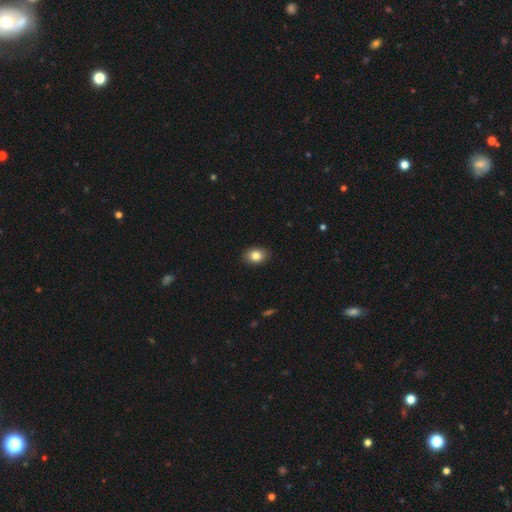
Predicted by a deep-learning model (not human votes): A smooth galaxy with no disk features (82%) that is in between round and cigar-shaped (69%). Merging: none (90%).